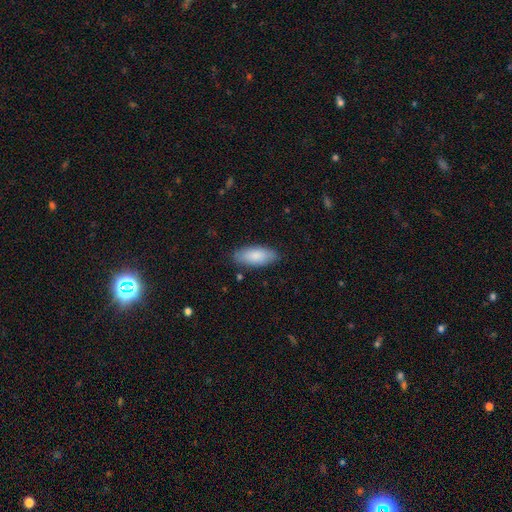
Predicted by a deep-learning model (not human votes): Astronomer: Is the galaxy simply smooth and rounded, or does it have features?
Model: smooth — 83%.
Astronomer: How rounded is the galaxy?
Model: in between — 84%.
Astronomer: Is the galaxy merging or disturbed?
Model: none — 84%.